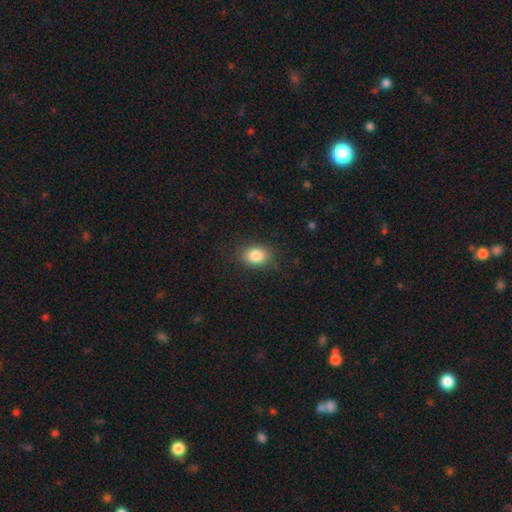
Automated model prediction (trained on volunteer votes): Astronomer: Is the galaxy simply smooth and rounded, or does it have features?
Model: smooth — 84%.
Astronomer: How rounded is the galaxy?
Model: in between — 65%.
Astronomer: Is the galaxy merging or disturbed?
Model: none — 83%.